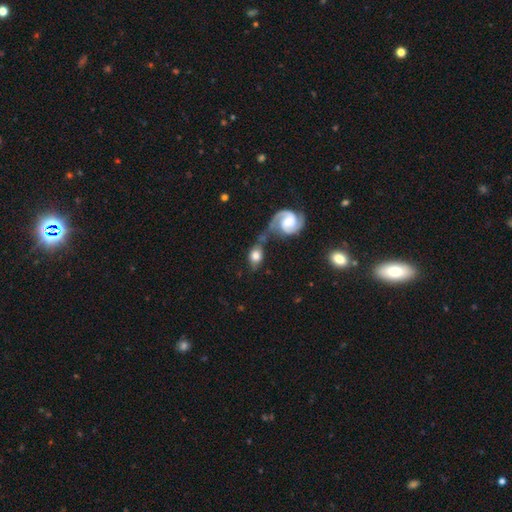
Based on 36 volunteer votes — Smooth or featured? smooth (58%)
How rounded? in between (76%)
Merging? merger (44%)